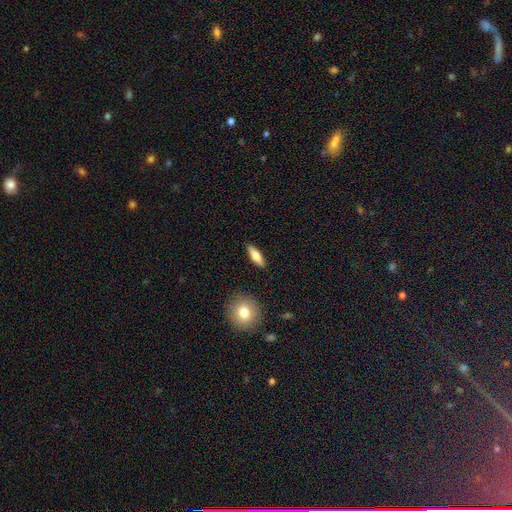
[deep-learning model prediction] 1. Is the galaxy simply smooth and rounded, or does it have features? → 70% smooth, 23% featured or disk, 6% star or artifact.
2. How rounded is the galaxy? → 49% cigar-shaped, 48% in between, 3% round.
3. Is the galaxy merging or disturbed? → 89% none, 8% minor disturbance, 2% major disturbance, 1% merger.